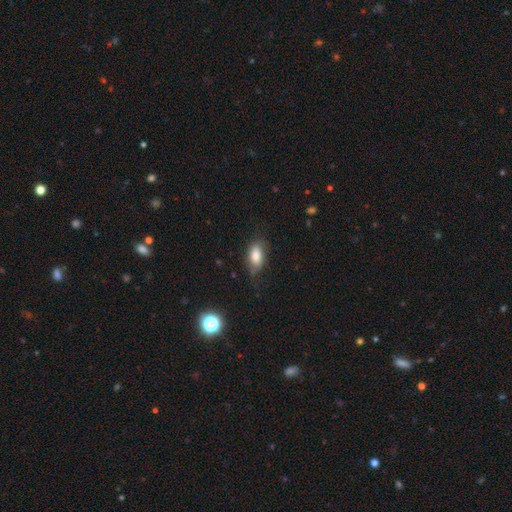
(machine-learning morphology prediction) smooth_or_featured: smooth (p=0.80) [alt: featured or disk p=0.12]
how_rounded: in between (p=0.88) [alt: cigar-shaped p=0.06]
merging: none (p=0.65) [alt: minor disturbance p=0.26]